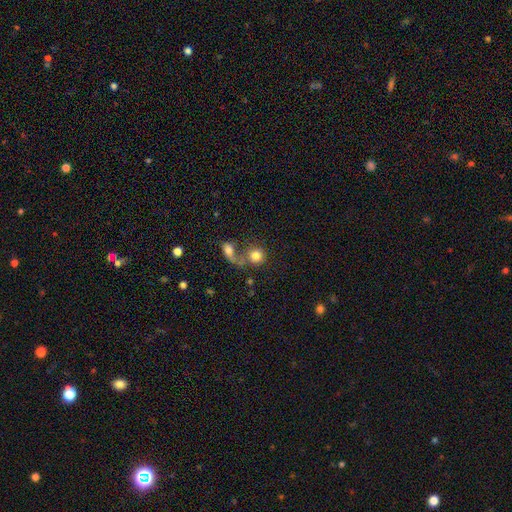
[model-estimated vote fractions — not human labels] Morphology: type=smooth (76%); roundness=round (85%); merging=merger (47%).